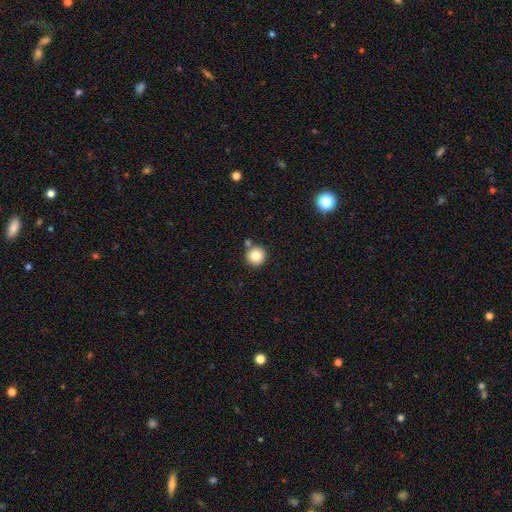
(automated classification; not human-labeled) smooth_or_featured: smooth (p=0.82) [alt: star or artifact p=0.10]
how_rounded: round (p=0.95) [alt: in between p=0.04]
merging: none (p=0.80) [alt: merger p=0.10]